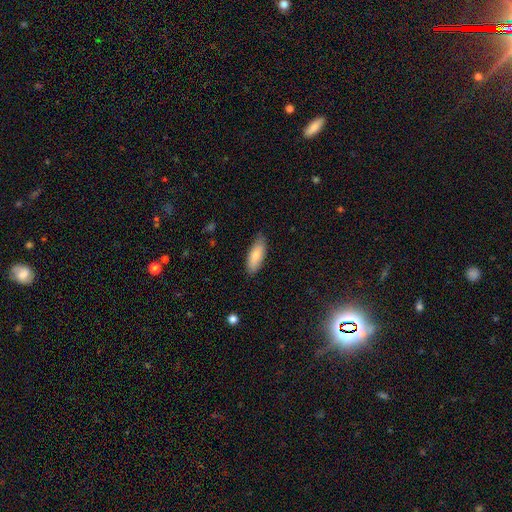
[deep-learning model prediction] smooth 84%, featured or disk 11%, star or artifact 6%. Down the decision tree: how rounded — in between (74%); merging — none (78%).